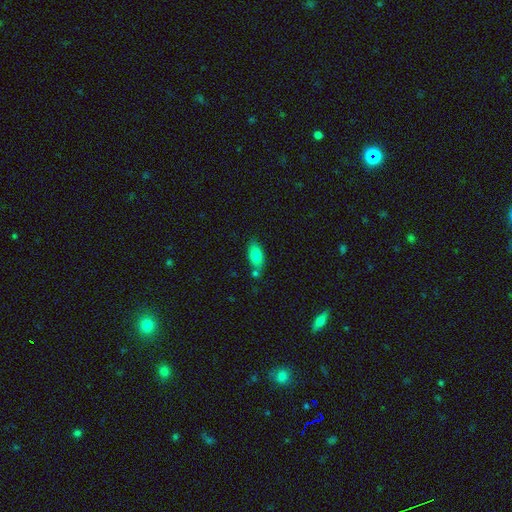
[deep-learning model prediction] This appears to be a smooth galaxy with no disk features (80%) that is in between round and cigar-shaped (89%). Merging: none (63%).